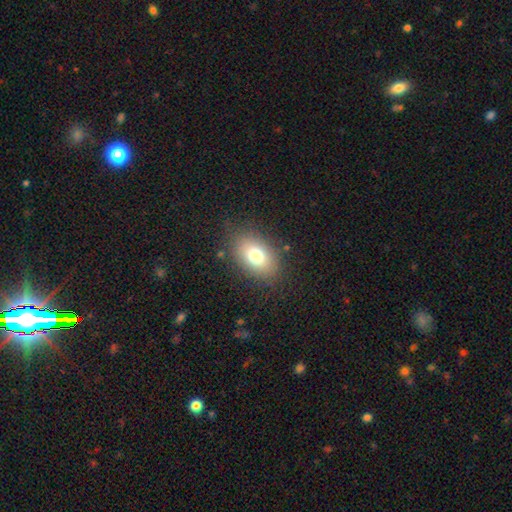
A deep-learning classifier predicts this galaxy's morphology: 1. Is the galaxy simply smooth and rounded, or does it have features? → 75% smooth, 15% featured or disk, 11% star or artifact.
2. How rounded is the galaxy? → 83% in between, 15% round, 2% cigar-shaped.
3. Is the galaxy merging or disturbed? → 82% none, 12% minor disturbance, 5% major disturbance, 1% merger.